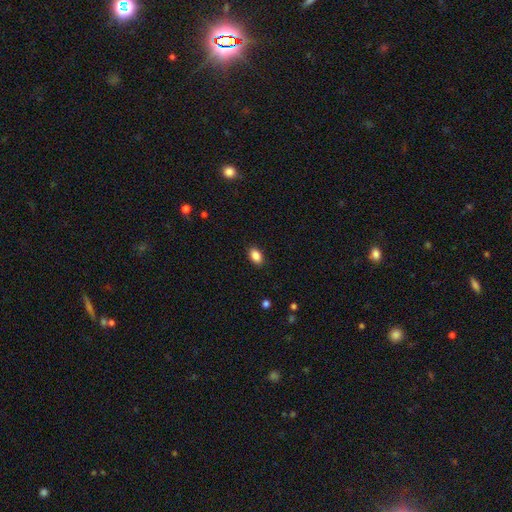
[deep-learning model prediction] Q: Smooth or featured?
A: smooth (87%); runner-up: star or artifact (8%)
Q: How rounded?
A: in between (88%); runner-up: round (10%)
Q: Merging?
A: none (89%); runner-up: minor disturbance (8%)